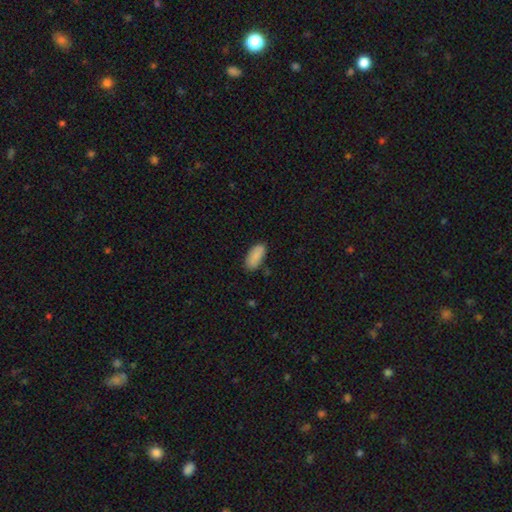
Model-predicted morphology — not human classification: The model was most divided on "merging": none: 80%, minor disturbance: 15%, major disturbance: 3%, merger: 2%. More confident: how rounded — in between (90%); smooth or featured — smooth (88%).